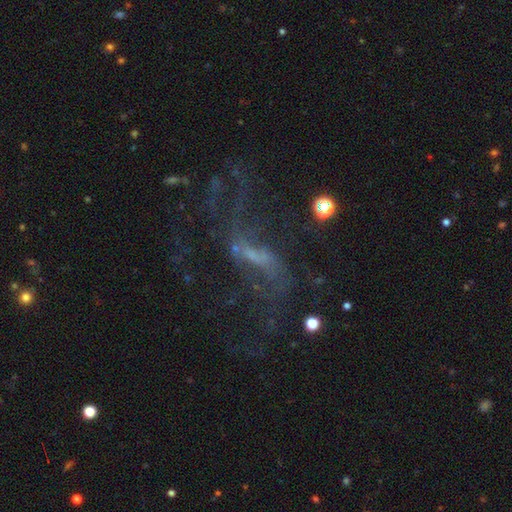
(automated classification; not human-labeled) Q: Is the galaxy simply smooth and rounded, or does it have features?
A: featured or disk — 68%.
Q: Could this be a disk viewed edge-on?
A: no — 92%.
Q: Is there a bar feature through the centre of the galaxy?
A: weak — 41%.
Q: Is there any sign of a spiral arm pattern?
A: yes — 71%.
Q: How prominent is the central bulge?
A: small — 40%.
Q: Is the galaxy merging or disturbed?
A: none — 43%.